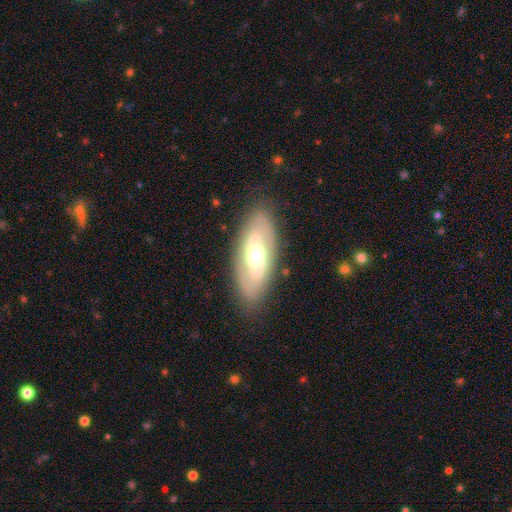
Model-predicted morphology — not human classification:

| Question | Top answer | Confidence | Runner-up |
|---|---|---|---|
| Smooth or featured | featured or disk | 63% | smooth (31%) |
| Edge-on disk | no | 86% | yes (14%) |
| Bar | no | 39% | weak (38%) |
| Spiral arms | yes | 58% | no (42%) |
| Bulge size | moderate | 68% | small (16%) |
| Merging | none | 85% | minor disturbance (11%) |